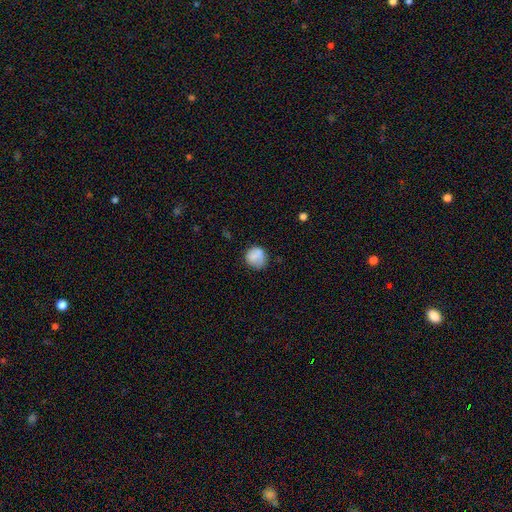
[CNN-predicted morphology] This appears to be a smooth galaxy with no disk features (80%) that is round (85%). Merging: none (68%).